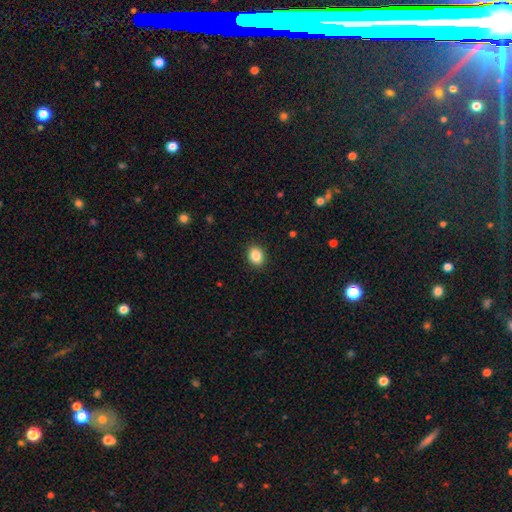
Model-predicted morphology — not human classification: This appears to be a smooth galaxy with no disk features (86%) that is in between round and cigar-shaped (55%). Merging: none (90%).